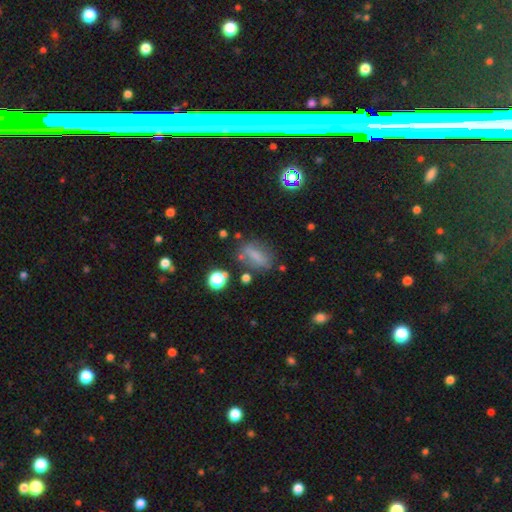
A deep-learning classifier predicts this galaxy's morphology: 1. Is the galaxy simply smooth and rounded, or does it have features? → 63% smooth, 21% featured or disk, 16% star or artifact.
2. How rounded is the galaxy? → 69% in between, 16% round, 14% cigar-shaped.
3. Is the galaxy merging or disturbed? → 62% none, 21% minor disturbance, 10% major disturbance, 7% merger.